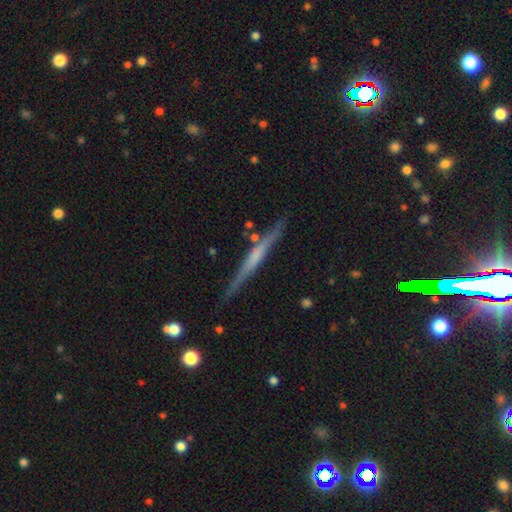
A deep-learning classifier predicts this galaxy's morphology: Smooth or featured?
  - featured or disk: 66% *
  - smooth: 29%
  - star or artifact: 6%
Edge-on disk?
  - yes: 97% *
  - no: 3%
Edge-on bulge?
  - none: 53% *
  - rounded: 29%
  - boxy: 17%
Merging?
  - none: 85% *
  - minor disturbance: 10%
  - merger: 3%
  - major disturbance: 2%